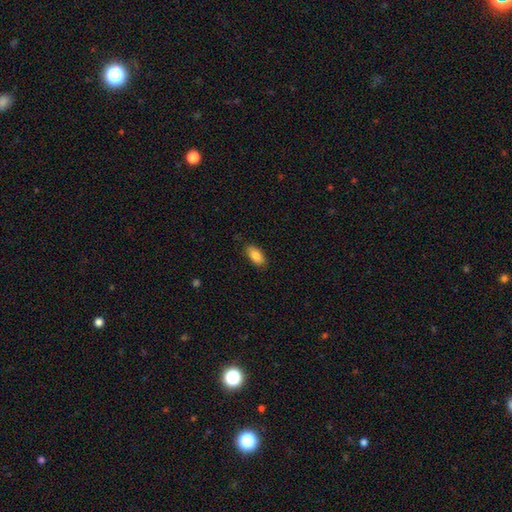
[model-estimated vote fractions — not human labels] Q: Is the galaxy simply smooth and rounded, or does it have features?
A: smooth — 87%.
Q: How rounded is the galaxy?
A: in between — 90%.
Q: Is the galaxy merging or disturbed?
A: none — 85%.